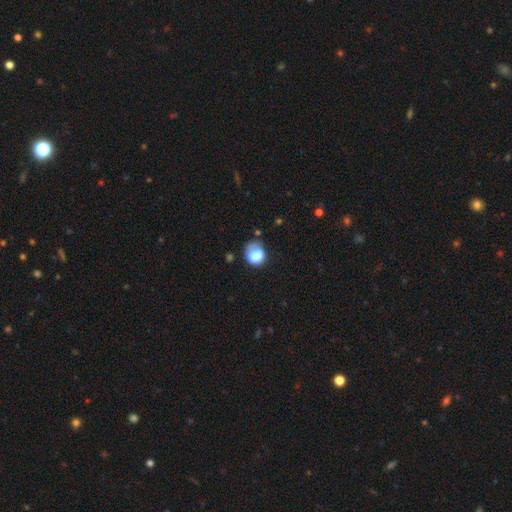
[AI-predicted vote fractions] Smooth or featured: smooth — 74% (featured or disk — 16%)
How rounded: round — 59% (in between — 40%)
Merging: none — 39% (minor disturbance — 31%)